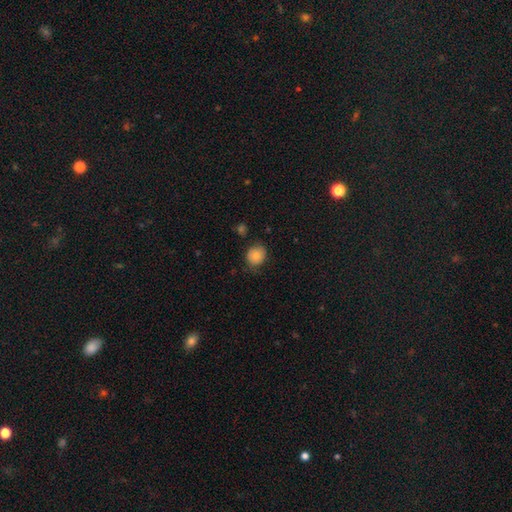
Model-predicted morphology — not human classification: type=smooth (81%); roundness=round (78%); merging=none (76%).